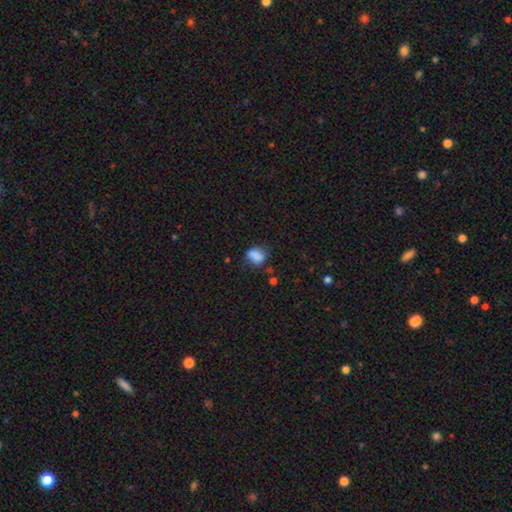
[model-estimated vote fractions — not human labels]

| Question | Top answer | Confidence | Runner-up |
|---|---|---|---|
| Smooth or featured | smooth | 80% | star or artifact (11%) |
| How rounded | in between | 65% | round (34%) |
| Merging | none | 50% | minor disturbance (31%) |